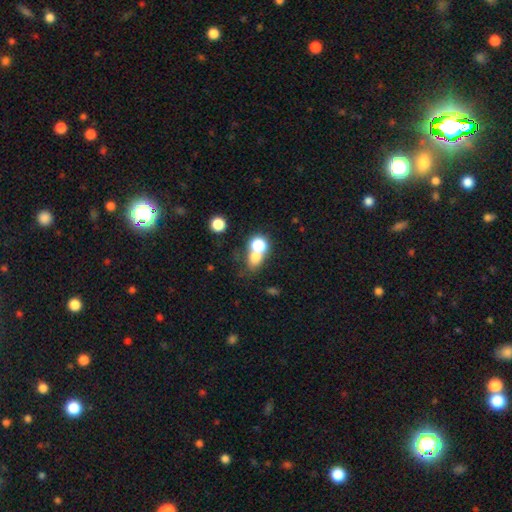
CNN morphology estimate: A smooth galaxy with no disk features (69%) that is round (58%).

Vote fractions:
- Smooth or featured? smooth: 69% / featured or disk: 16% / star or artifact: 15%
- How rounded? round: 58% / in between: 41% / cigar-shaped: 2%
- Merging? merger: 58% / none: 30% / minor disturbance: 7% / major disturbance: 5%